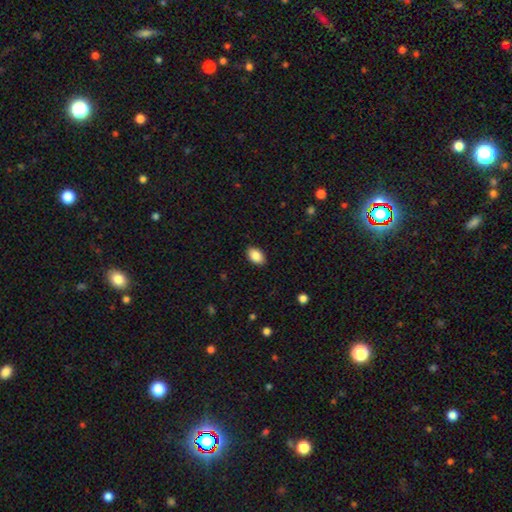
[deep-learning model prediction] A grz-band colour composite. It shows a smooth galaxy with no disk features (88%) that is in between round and cigar-shaped (91%). Merging: none (89%).